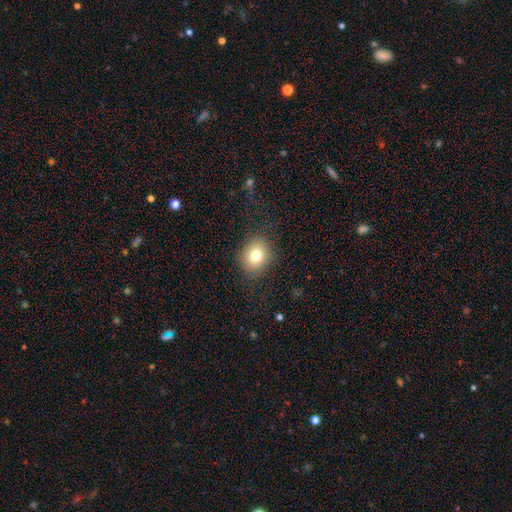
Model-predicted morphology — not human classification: Smooth or featured? Predicted: smooth (p=0.78). How rounded? Predicted: round (p=0.60). Merging? Predicted: none (p=0.84).